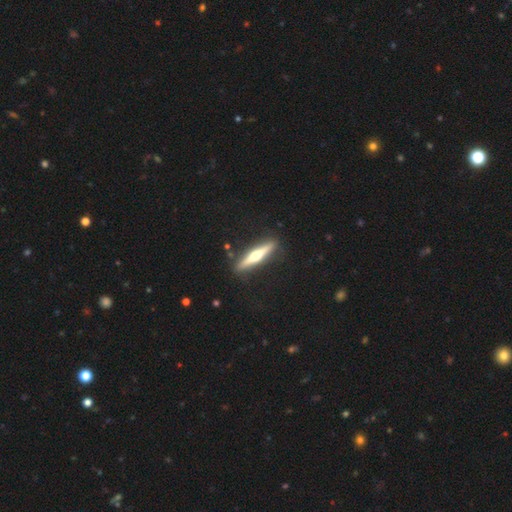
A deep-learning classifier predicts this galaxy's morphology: This appears to be a featured or disk galaxy (67%) viewed edge-on (97%) with a rounded central bulge (93%). Merging: none (89%).